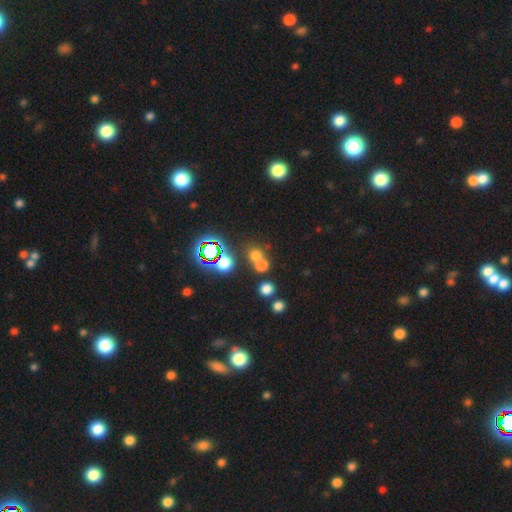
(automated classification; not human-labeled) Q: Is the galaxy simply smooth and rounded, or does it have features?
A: smooth — 60%.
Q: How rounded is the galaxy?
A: round — 84%.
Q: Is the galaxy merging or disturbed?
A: none — 54%.